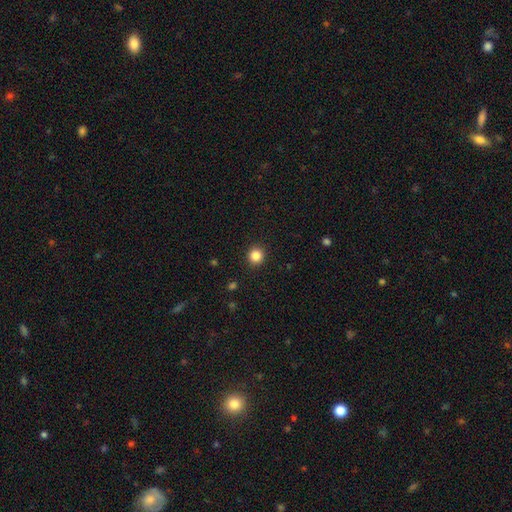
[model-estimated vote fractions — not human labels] Morphology: type=smooth (85%); roundness=round (93%); merging=none (92%).